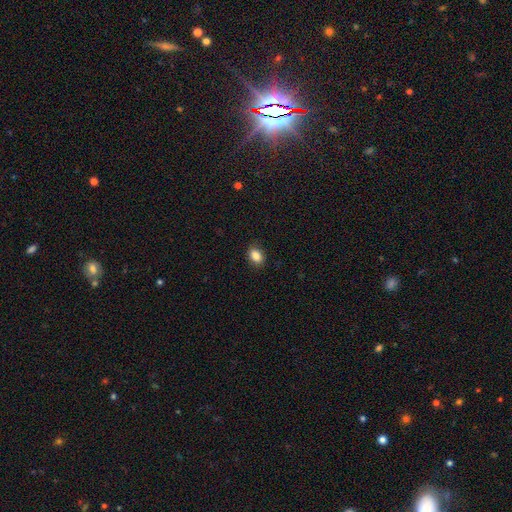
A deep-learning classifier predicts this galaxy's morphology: Smooth or featured? Predicted: smooth (p=0.87). How rounded? Predicted: in between (p=0.78). Merging? Predicted: none (p=0.88).